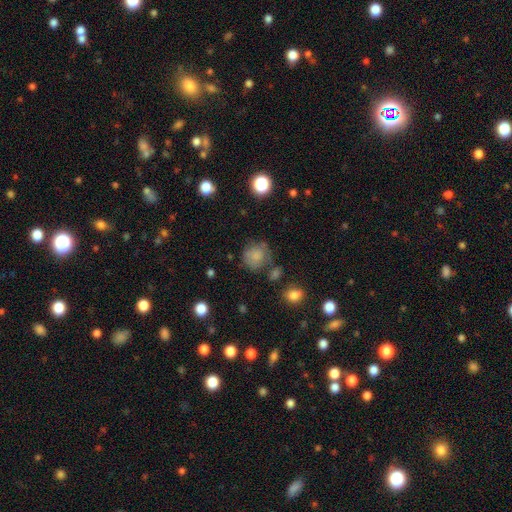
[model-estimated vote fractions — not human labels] smooth-or-featured: smooth: 76% | featured or disk: 13% | star or artifact: 11%
  how-rounded: round: 82% | in between: 18% | cigar-shaped: 1%
  merging: none: 60% | minor disturbance: 23% | major disturbance: 11% | merger: 7%